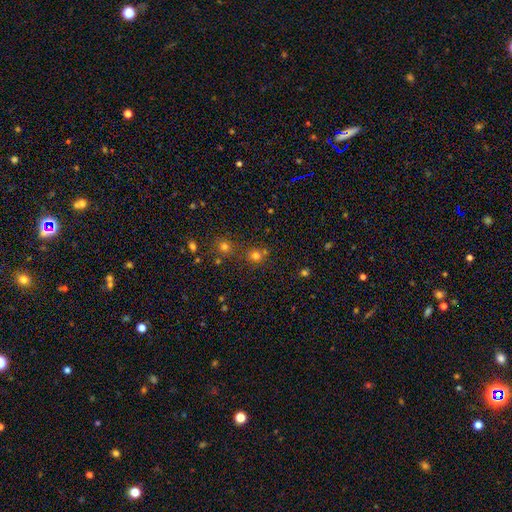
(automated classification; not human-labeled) Q: Smooth or featured?
A: smooth (71%); runner-up: star or artifact (22%)
Q: How rounded?
A: round (89%); runner-up: in between (10%)
Q: Merging?
A: none (70%); runner-up: merger (18%)